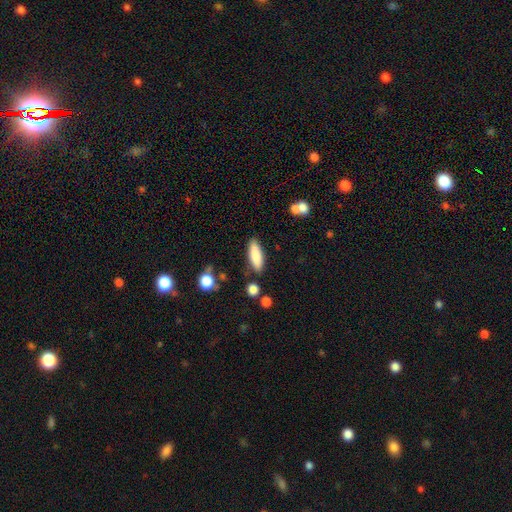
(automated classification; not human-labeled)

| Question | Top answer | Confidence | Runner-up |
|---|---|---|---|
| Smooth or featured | smooth | 83% | featured or disk (10%) |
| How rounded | in between | 51% | cigar-shaped (47%) |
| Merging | none | 83% | minor disturbance (11%) |